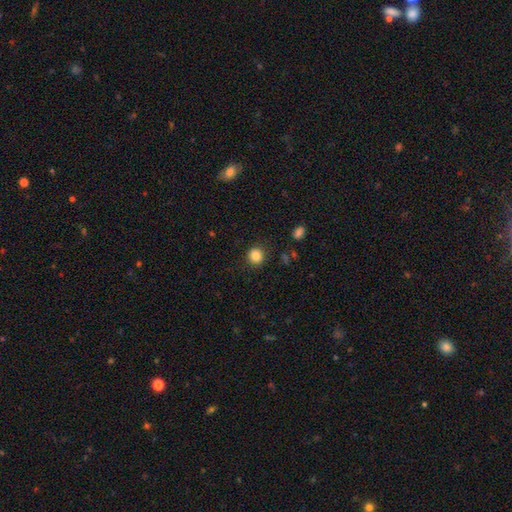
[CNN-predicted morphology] This is clearly a smooth galaxy (84%). How rounded: clearly round (87%). Merging: clearly none (89%).